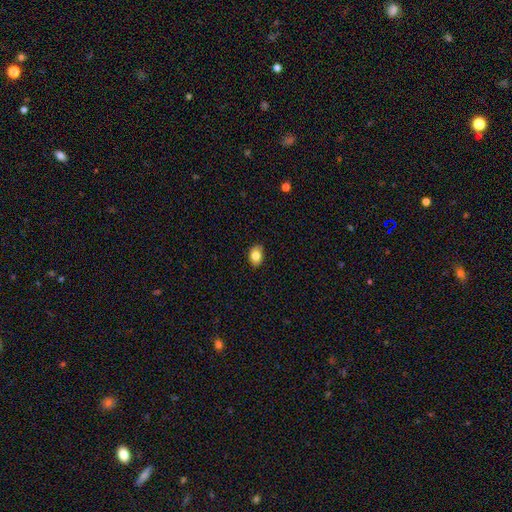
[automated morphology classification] smooth-or-featured: smooth: 83% | featured or disk: 9% | star or artifact: 8%
  how-rounded: in between: 75% | round: 23% | cigar-shaped: 1%
  merging: none: 86% | minor disturbance: 11% | major disturbance: 2% | merger: 1%